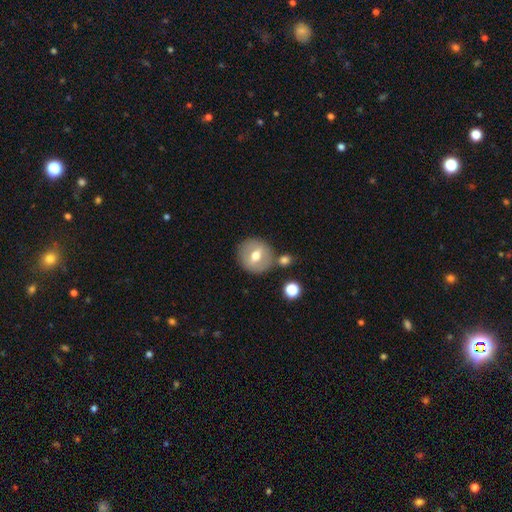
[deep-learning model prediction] A smooth galaxy with no disk features (55%) that is round (88%). Merging: none (75%).